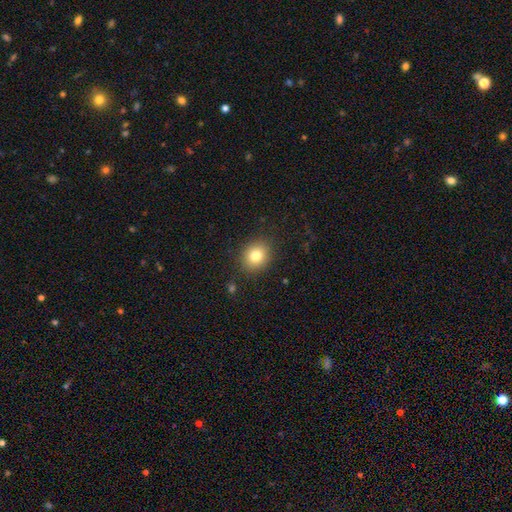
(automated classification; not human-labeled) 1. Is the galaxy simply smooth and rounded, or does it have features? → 80% smooth, 11% star or artifact, 9% featured or disk.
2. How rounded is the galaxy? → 68% round, 31% in between, 1% cigar-shaped.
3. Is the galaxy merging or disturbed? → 87% none, 9% minor disturbance, 3% major disturbance, 1% merger.